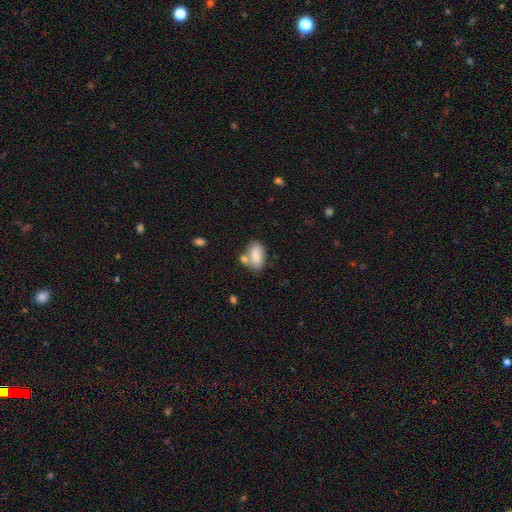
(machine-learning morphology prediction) smooth 76%, featured or disk 16%, star or artifact 7%. Down the decision tree: how rounded — in between (90%); merging — none (53%).